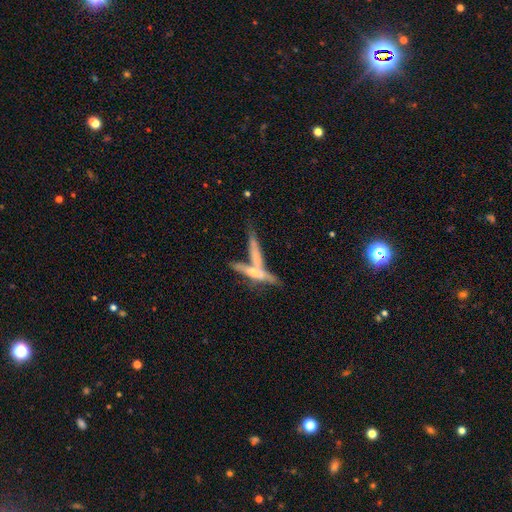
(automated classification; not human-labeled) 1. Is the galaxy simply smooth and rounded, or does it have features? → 51% featured or disk, 41% smooth, 7% star or artifact.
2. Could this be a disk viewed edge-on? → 84% yes, 16% no.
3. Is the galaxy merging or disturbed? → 43% none, 42% merger, 11% minor disturbance, 5% major disturbance.